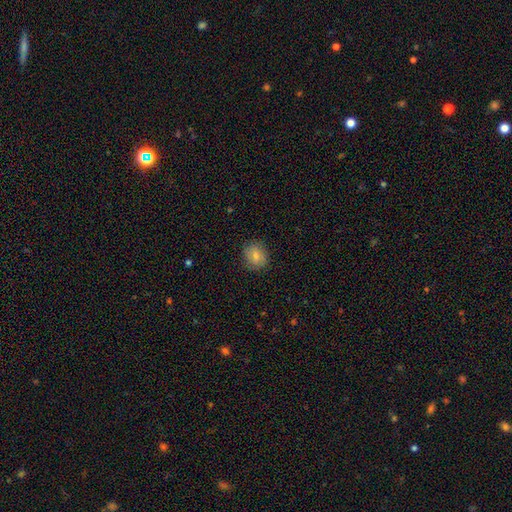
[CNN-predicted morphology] Smooth or featured? Predicted: smooth (p=0.79). How rounded? Predicted: round (p=0.67). Merging? Predicted: none (p=0.82).